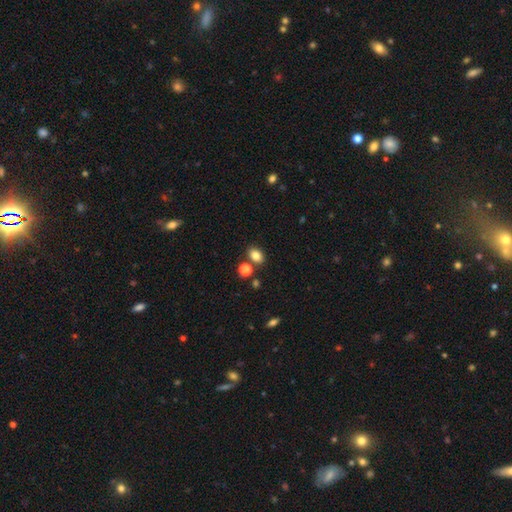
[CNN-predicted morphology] smooth_or_featured: smooth (p=0.82) [alt: star or artifact p=0.11]
how_rounded: in between (p=0.75) [alt: round p=0.24]
merging: none (p=0.75) [alt: merger p=0.12]